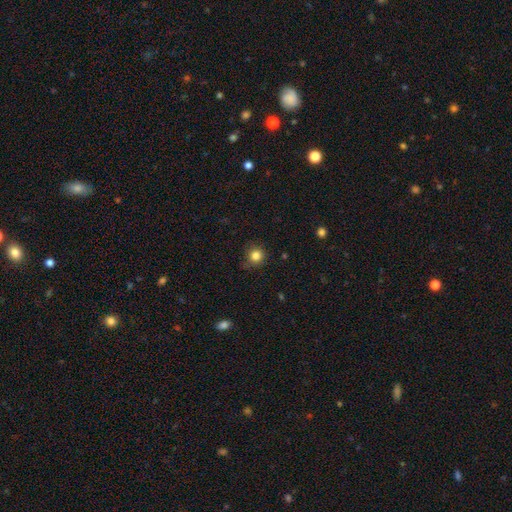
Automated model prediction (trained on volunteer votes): smooth 83%, star or artifact 12%, featured or disk 5%. Down the decision tree: how rounded — round (91%); merging — none (78%).